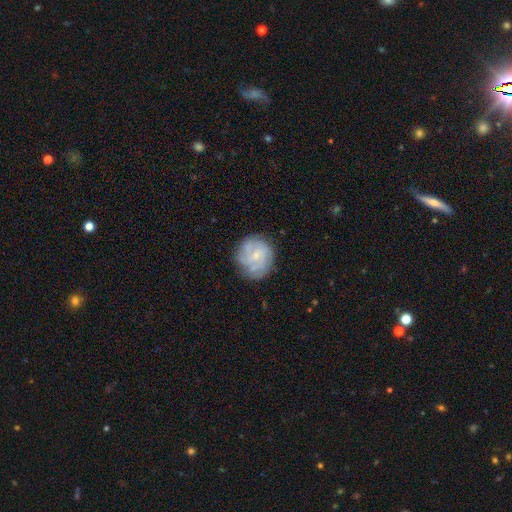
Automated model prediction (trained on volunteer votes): This is likely a featured or disk galaxy (63%). It is clearly not viewed edge-on (98%). Bar: likely no (67%). Spiral arm pattern: clearly yes (85%). Spiral arm count: marginally can't tell (40%). Spiral winding: possibly tight (52%). Central bulge: likely small (73%). Merging: likely none (75%).